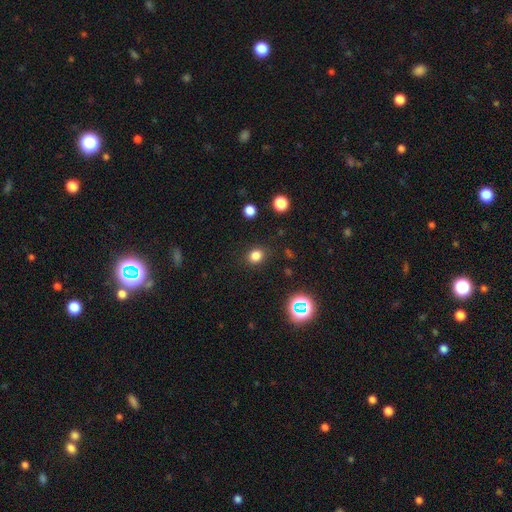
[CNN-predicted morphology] Q: Smooth or featured?
A: smooth (81%); runner-up: star or artifact (15%)
Q: How rounded?
A: round (69%); runner-up: in between (30%)
Q: Merging?
A: none (88%); runner-up: minor disturbance (8%)